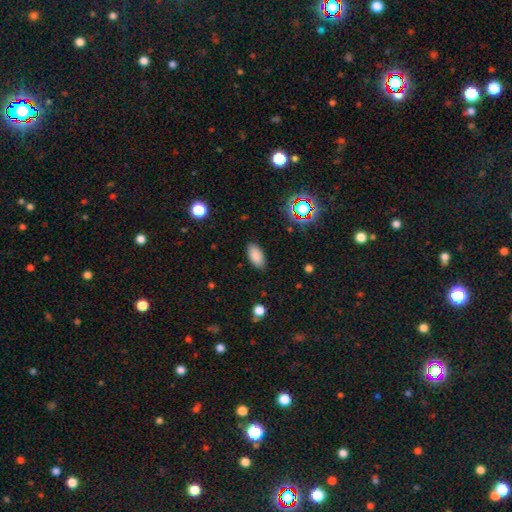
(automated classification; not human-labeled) Smooth or featured?
  - smooth: 86% *
  - star or artifact: 9%
  - featured or disk: 5%
How rounded?
  - in between: 92% *
  - cigar-shaped: 5%
  - round: 3%
Merging?
  - none: 86% *
  - minor disturbance: 10%
  - major disturbance: 3%
  - merger: 1%